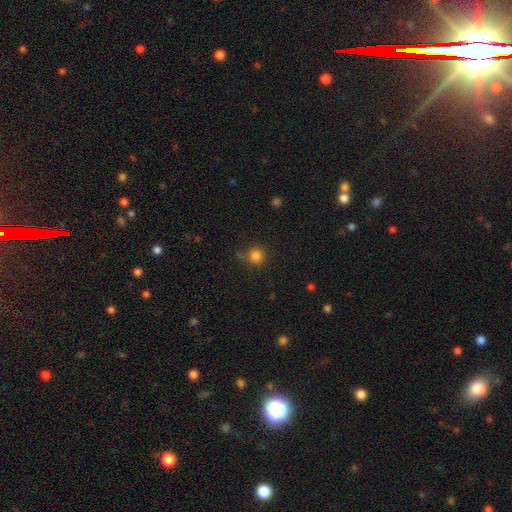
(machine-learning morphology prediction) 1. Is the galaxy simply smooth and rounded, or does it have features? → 83% smooth, 13% star or artifact, 5% featured or disk.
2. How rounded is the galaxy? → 93% round, 6% in between, 1% cigar-shaped.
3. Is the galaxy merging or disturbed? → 78% none, 13% minor disturbance, 5% merger, 4% major disturbance.